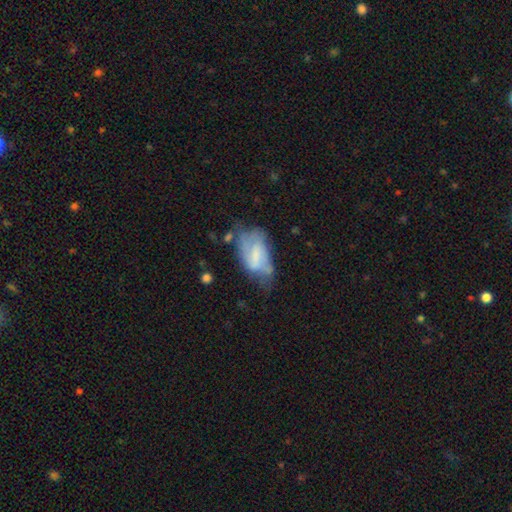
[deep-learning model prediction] Overall: featured or disk (51%; smooth 41%). Edge-on disk: no (93%). Merging: none (35%, tied with minor disturbance).